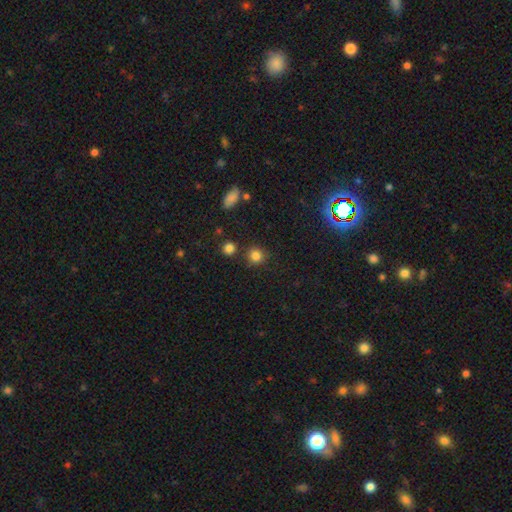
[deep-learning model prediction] smooth_or_featured: smooth (p=0.82) [alt: star or artifact p=0.13]
how_rounded: round (p=0.89) [alt: in between p=0.10]
merging: none (p=0.82) [alt: minor disturbance p=0.09]